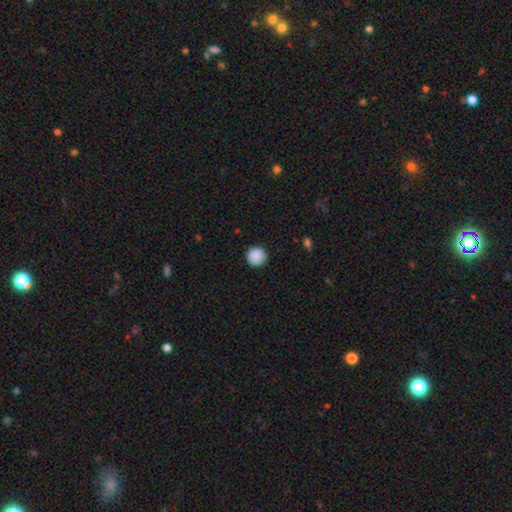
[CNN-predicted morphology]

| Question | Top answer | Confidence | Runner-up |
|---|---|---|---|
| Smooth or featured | smooth | 89% | star or artifact (8%) |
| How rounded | round | 96% | in between (3%) |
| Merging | none | 92% | minor disturbance (5%) |